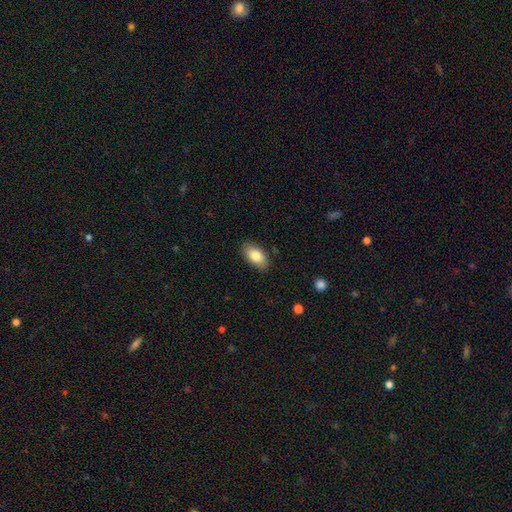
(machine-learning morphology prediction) This appears to be a smooth galaxy with no disk features (82%) that is in between round and cigar-shaped (93%). Merging: none (87%).